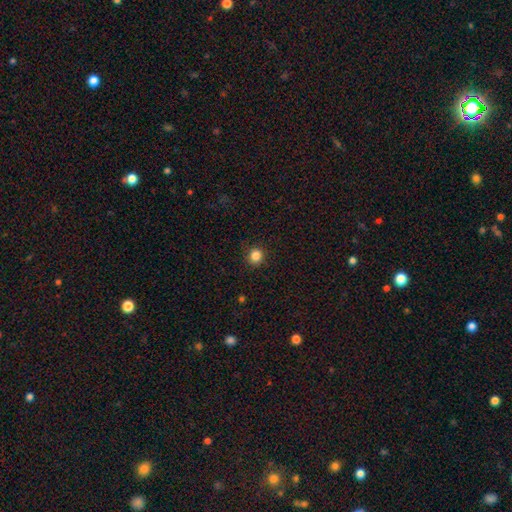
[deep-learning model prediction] This is clearly a smooth galaxy (85%). How rounded: clearly round (91%). Merging: clearly none (90%).